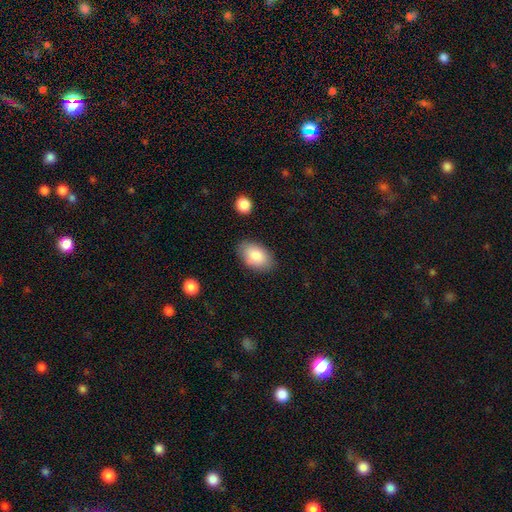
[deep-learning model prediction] Smooth or featured? smooth (85%)
How rounded? in between (93%)
Merging? none (83%)